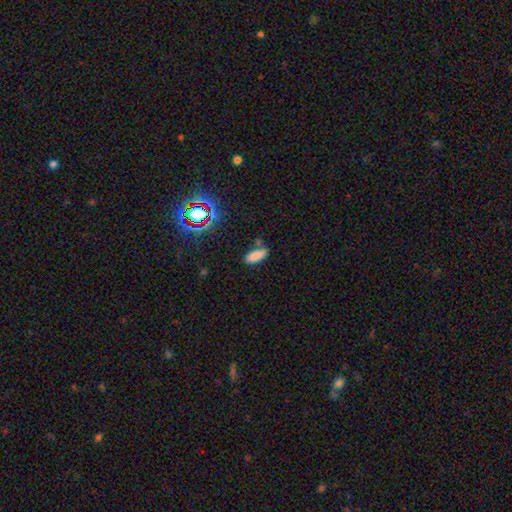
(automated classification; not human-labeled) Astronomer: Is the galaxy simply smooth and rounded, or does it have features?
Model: smooth — 82%.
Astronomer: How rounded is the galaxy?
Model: in between — 77%.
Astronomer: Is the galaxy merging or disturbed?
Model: none — 73%.